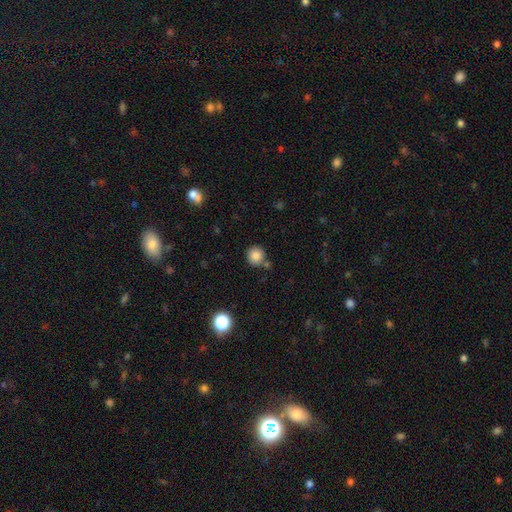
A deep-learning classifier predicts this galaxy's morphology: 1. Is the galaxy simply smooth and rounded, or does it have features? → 85% smooth, 10% star or artifact, 5% featured or disk.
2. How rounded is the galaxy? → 92% round, 7% in between, 1% cigar-shaped.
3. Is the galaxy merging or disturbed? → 79% none, 10% minor disturbance, 9% merger, 3% major disturbance.